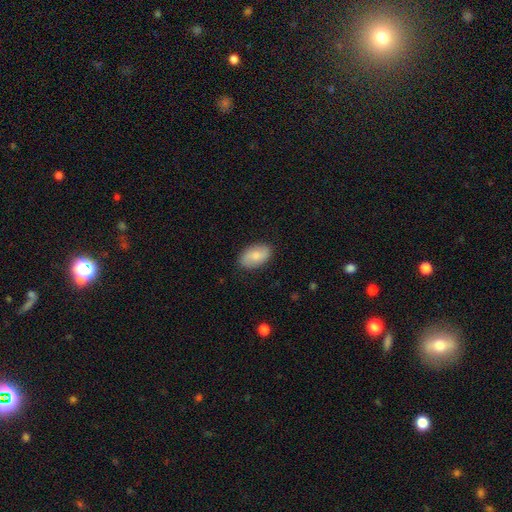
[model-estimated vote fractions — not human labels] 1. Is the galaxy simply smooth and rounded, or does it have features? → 72% smooth, 22% featured or disk, 6% star or artifact.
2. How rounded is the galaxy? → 92% in between, 6% round, 2% cigar-shaped.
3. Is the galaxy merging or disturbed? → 84% none, 12% minor disturbance, 3% major disturbance, 1% merger.